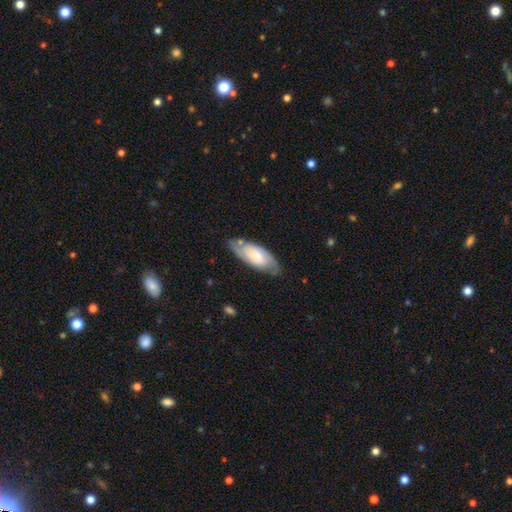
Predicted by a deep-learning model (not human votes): A featured or disk galaxy (62%) with no bar (48%), spiral arms (88%) and a moderate central bulge (42%). Merging: none (74%).